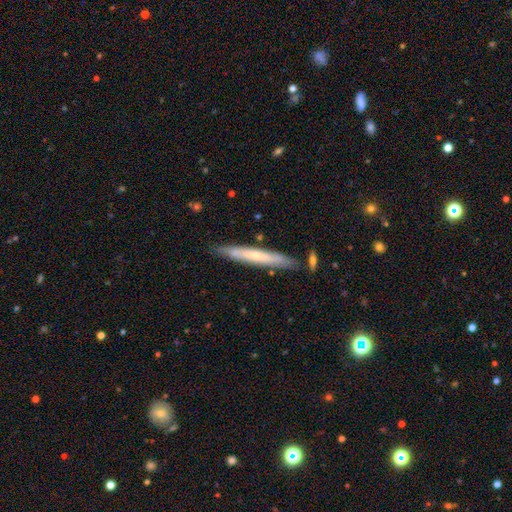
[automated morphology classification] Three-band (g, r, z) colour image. It shows a featured or disk galaxy (48%). Merging: none (82%).